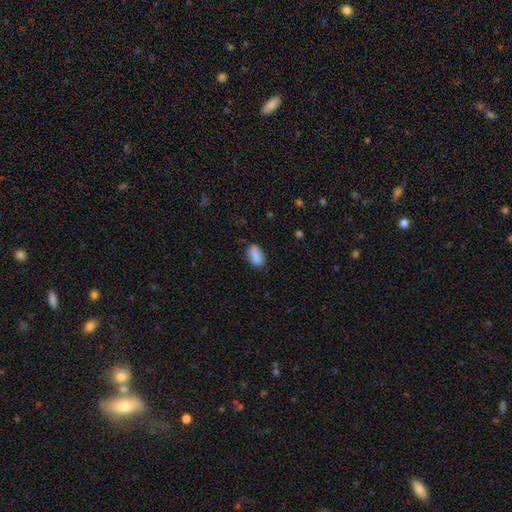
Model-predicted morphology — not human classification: Q: Smooth or featured?
A: smooth (82%); runner-up: featured or disk (11%)
Q: How rounded?
A: in between (90%); runner-up: round (7%)
Q: Merging?
A: none (77%); runner-up: minor disturbance (17%)